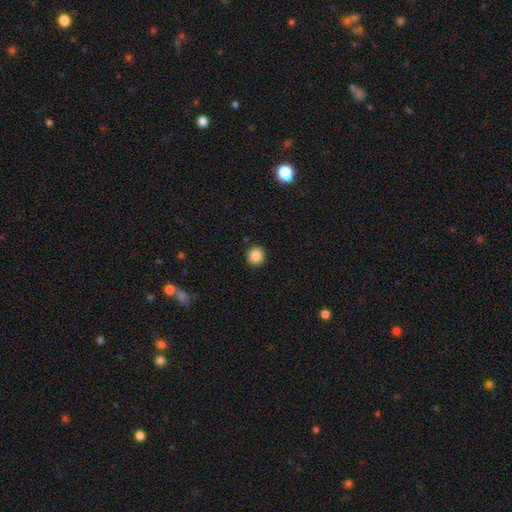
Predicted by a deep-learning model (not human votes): Overall: smooth (87%). How rounded: round (95%). Merging: none (92%).